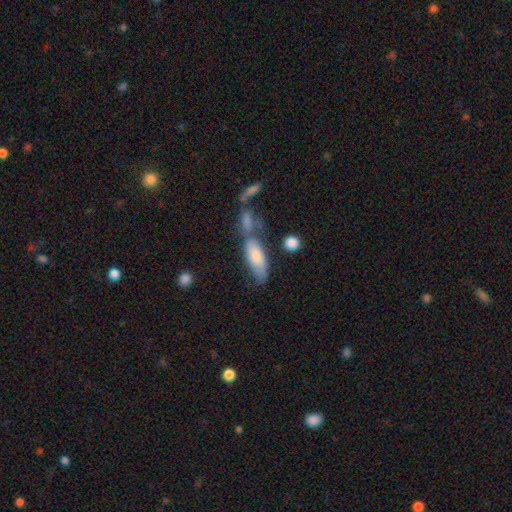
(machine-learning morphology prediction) smooth-or-featured: smooth: 72% | featured or disk: 21% | star or artifact: 7%
  how-rounded: in between: 74% | cigar-shaped: 24% | round: 2%
  merging: none: 39% | merger: 29% | minor disturbance: 21% | major disturbance: 11%